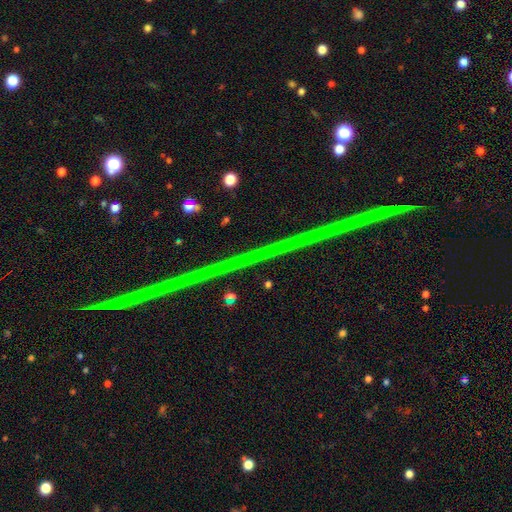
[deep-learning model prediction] smooth_or_featured: star or artifact (p=0.86) [alt: featured or disk p=0.09]